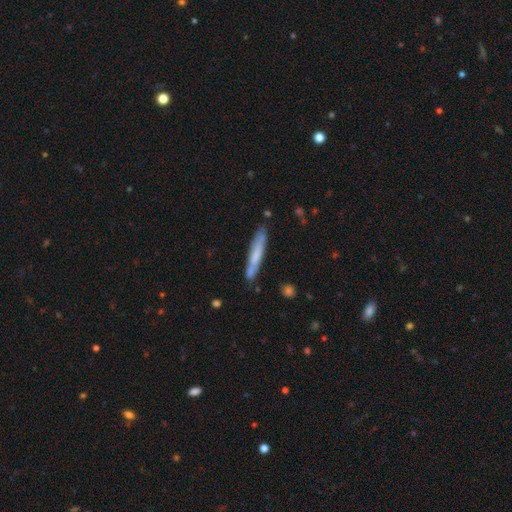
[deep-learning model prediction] The model was most divided on "smooth or featured": smooth: 66%, featured or disk: 28%, star or artifact: 6%. More confident: how rounded — cigar-shaped (94%); merging — none (81%).